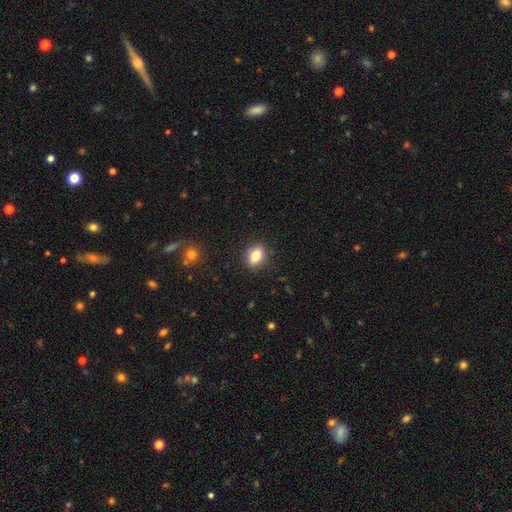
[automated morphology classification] Smooth or featured? smooth (79%)
How rounded? in between (65%)
Merging? none (87%)